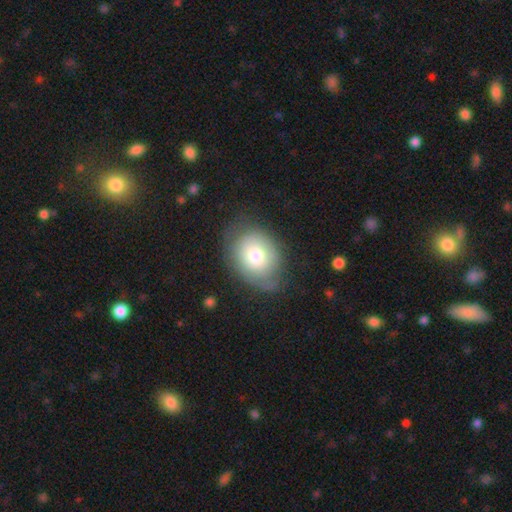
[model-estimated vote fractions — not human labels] Smooth or featured? smooth (67%)
How rounded? in between (62%)
Merging? none (61%)